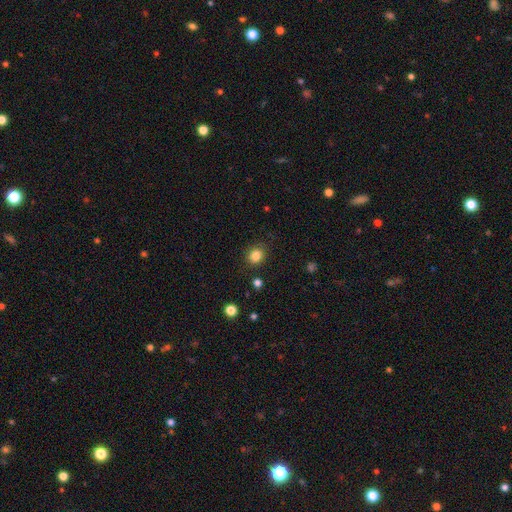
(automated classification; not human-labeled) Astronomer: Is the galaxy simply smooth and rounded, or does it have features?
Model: smooth — 84%.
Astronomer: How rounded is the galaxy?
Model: round — 77%.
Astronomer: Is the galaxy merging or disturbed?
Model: none — 86%.